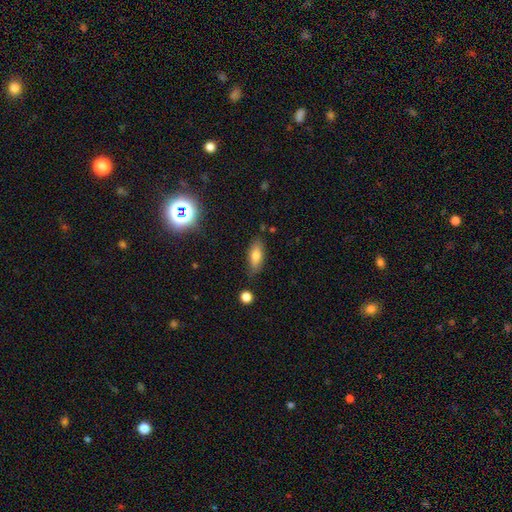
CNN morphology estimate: A smooth galaxy with no disk features (76%) that is in between round and cigar-shaped (75%). Merging: none (79%).